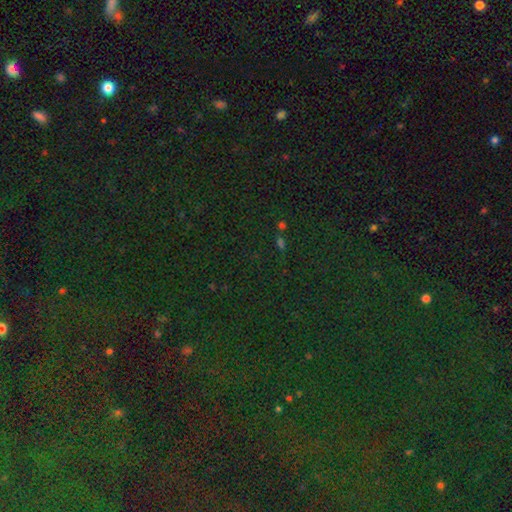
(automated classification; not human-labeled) Smooth or featured? star or artifact (82%)